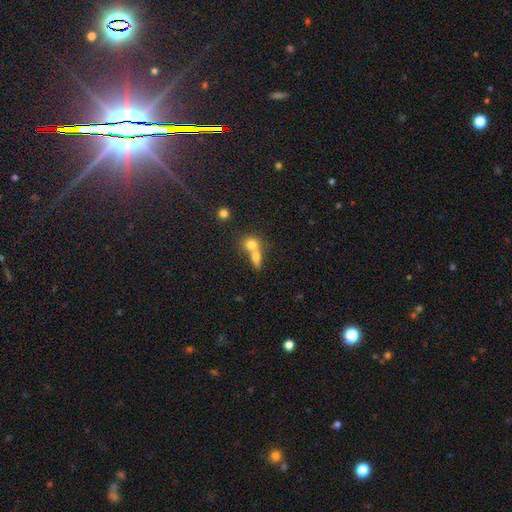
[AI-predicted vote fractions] This is likely a smooth galaxy (72%). How rounded: possibly in between (47%). Merging: likely merger (66%).